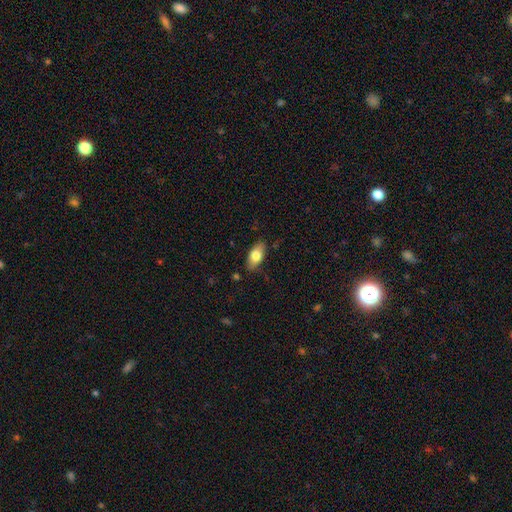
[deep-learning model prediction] Morphology: type=smooth (77%); roundness=in between (89%); merging=none (82%).